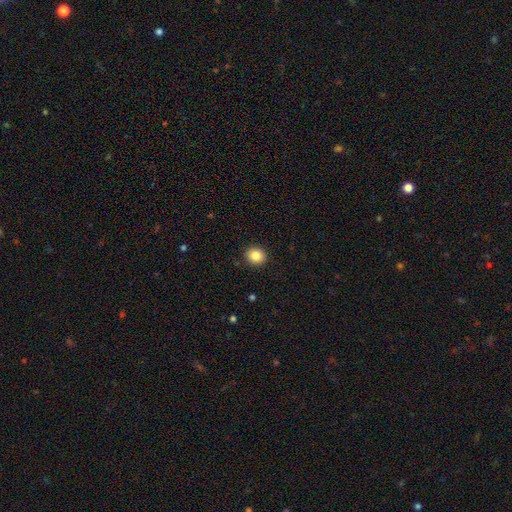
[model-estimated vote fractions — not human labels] Smooth or featured: smooth — 84% (star or artifact — 10%)
How rounded: round — 82% (in between — 18%)
Merging: none — 92% (minor disturbance — 6%)